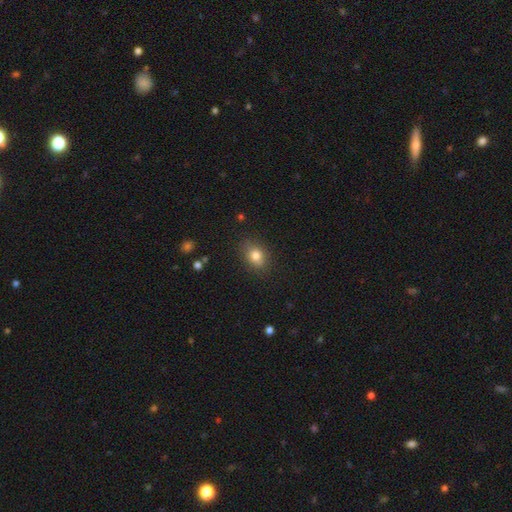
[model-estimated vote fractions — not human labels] smooth-or-featured: smooth: 81% | star or artifact: 11% | featured or disk: 9%
  how-rounded: in between: 63% | round: 36% | cigar-shaped: 1%
  merging: none: 83% | minor disturbance: 12% | major disturbance: 3% | merger: 1%